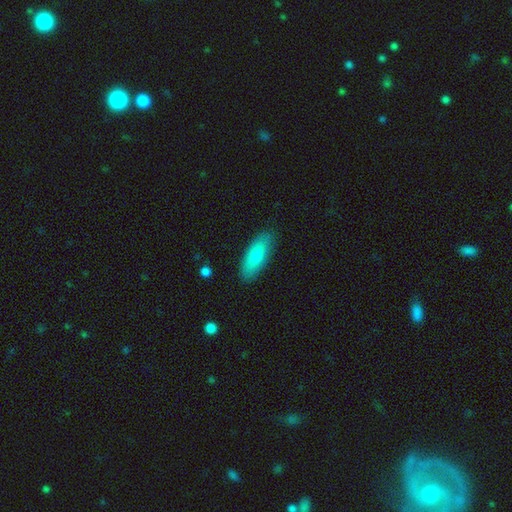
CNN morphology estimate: Q: Smooth or featured?
A: smooth (81%); runner-up: featured or disk (14%)
Q: How rounded?
A: in between (66%); runner-up: cigar-shaped (32%)
Q: Merging?
A: none (85%); runner-up: minor disturbance (11%)